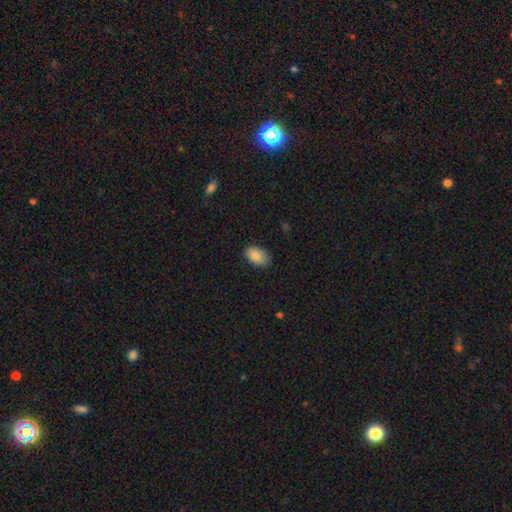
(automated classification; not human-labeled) This appears to be a smooth galaxy with no disk features (88%) that is in between round and cigar-shaped (92%). Merging: none (80%).